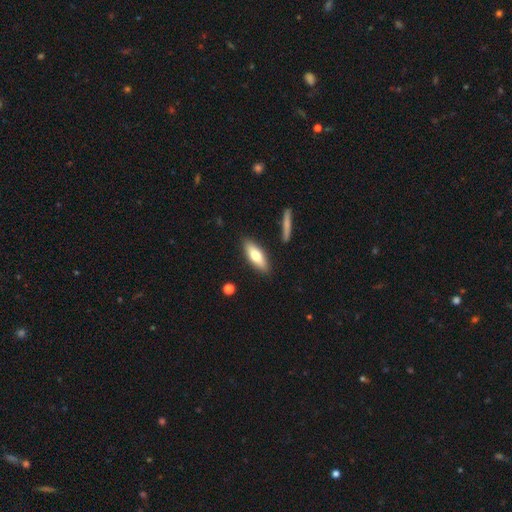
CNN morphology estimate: Smooth or featured? smooth (69%)
How rounded? in between (58%)
Merging? none (86%)